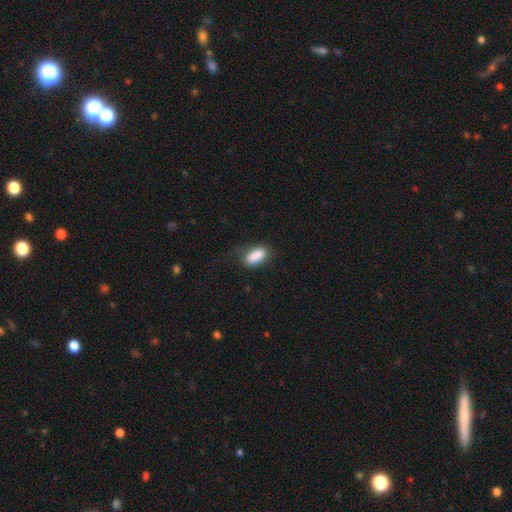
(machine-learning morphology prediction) Smooth or featured: smooth — 85% (star or artifact — 8%)
How rounded: in between — 84% (cigar-shaped — 11%)
Merging: none — 61% (minor disturbance — 25%)